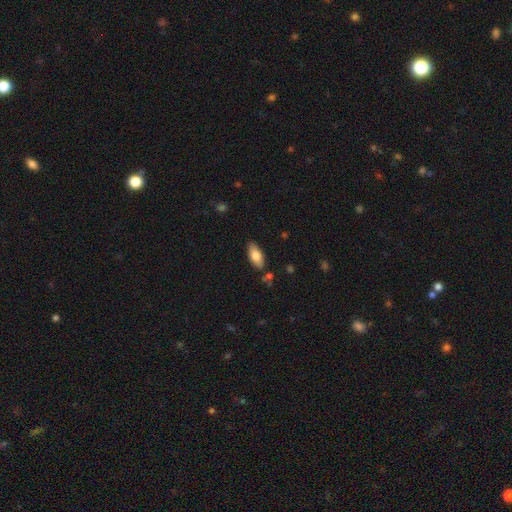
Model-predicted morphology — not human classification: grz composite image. It shows a smooth galaxy with no disk features (77%) that is in between round and cigar-shaped (84%). Merging: none (82%).